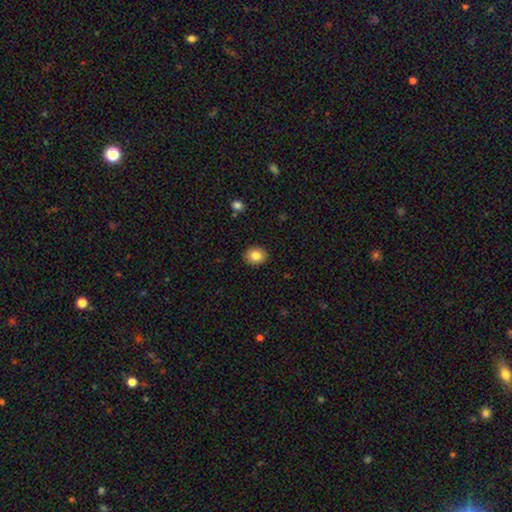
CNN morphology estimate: smooth 83%, star or artifact 9%, featured or disk 8%. Down the decision tree: how rounded — round (64%); merging — none (90%).